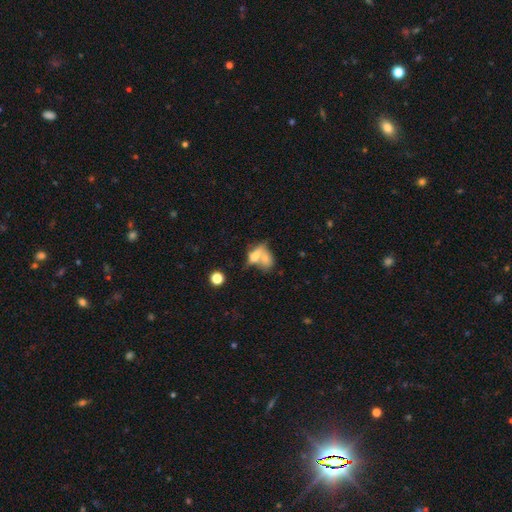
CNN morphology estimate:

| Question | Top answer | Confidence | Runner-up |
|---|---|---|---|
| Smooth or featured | smooth | 65% | featured or disk (26%) |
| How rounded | in between | 76% | round (16%) |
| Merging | merger | 67% | none (18%) |